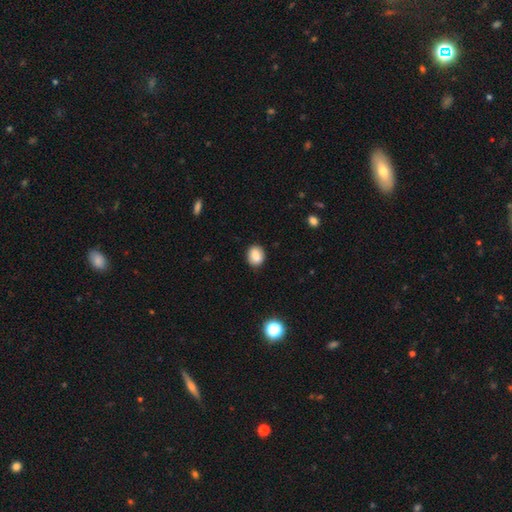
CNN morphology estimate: smooth 85%, star or artifact 9%, featured or disk 6%. Down the decision tree: how rounded — round (51%); merging — none (85%).